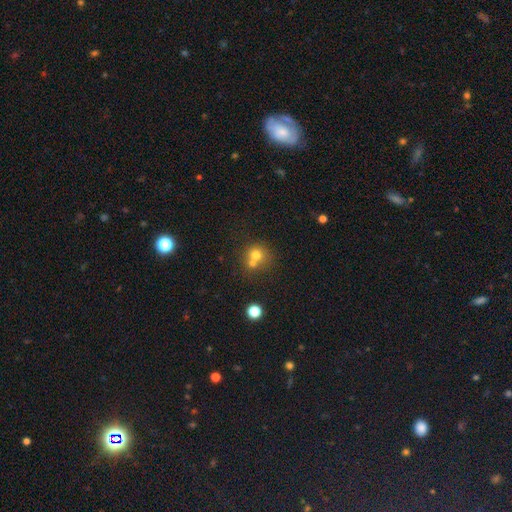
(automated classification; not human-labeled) smooth-or-featured: smooth: 72% | star or artifact: 14% | featured or disk: 13%
  how-rounded: round: 87% | in between: 12% | cigar-shaped: 1%
  merging: none: 46% | merger: 44% | minor disturbance: 7% | major disturbance: 3%